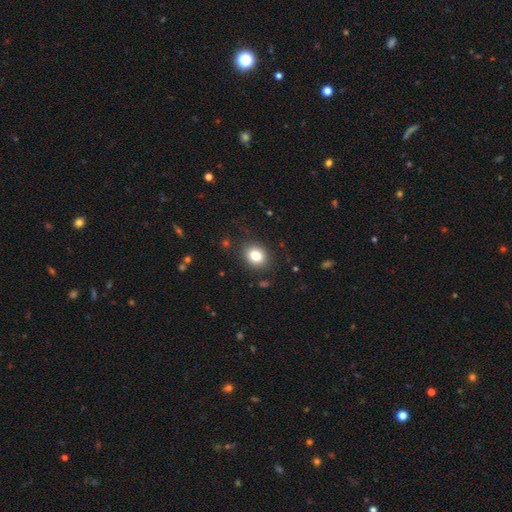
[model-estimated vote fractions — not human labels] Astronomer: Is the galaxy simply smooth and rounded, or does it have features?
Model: smooth — 81%.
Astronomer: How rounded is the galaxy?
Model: round — 71%.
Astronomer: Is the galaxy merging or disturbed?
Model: none — 88%.